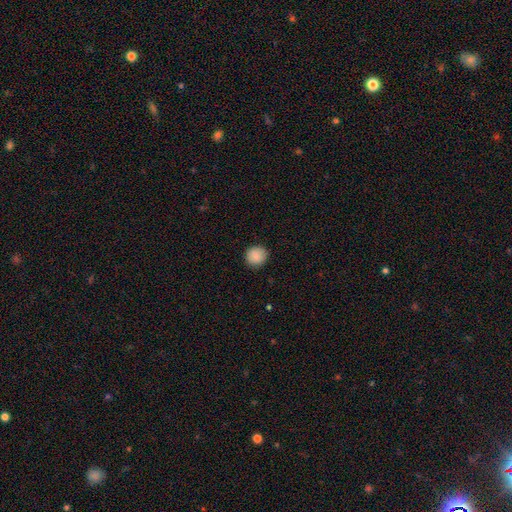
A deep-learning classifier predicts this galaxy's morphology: type=smooth (88%); roundness=round (89%); merging=none (90%).